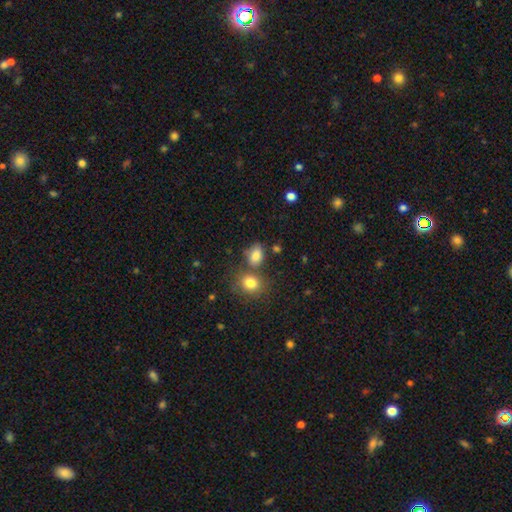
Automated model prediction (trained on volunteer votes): The model was most divided on "merging": none: 58%, merger: 22%, minor disturbance: 15%, major disturbance: 5%. More confident: smooth or featured — smooth (81%); how rounded — in between (78%).